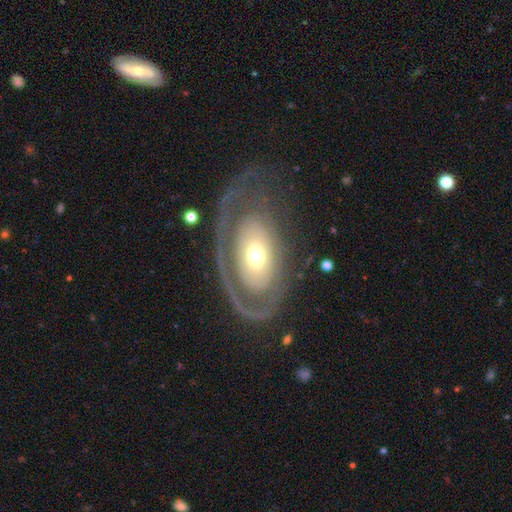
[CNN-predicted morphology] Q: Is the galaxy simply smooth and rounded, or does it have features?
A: featured or disk — 74%.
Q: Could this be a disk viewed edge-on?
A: no — 92%.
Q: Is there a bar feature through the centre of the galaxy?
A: no — 84%.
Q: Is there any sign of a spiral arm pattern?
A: yes — 58%.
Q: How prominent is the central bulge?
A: moderate — 56%.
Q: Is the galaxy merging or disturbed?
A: none — 58%.